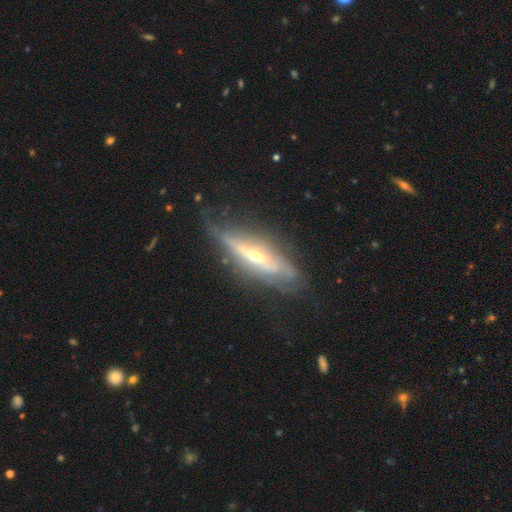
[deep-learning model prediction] Smooth or featured? Predicted: featured or disk (p=0.78). Edge-on disk? Predicted: yes (p=0.67). Edge-on bulge? Predicted: rounded (p=0.85). Merging? Predicted: none (p=0.59).